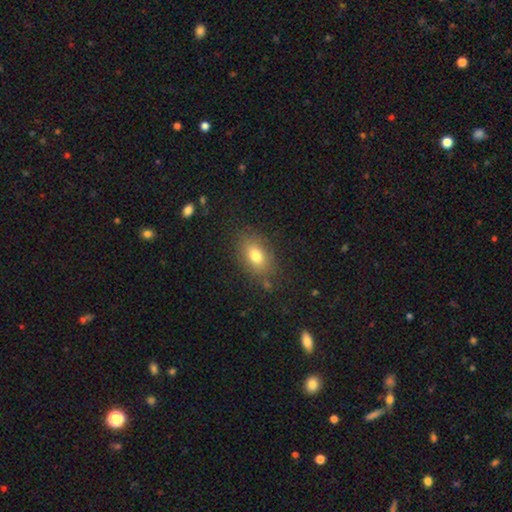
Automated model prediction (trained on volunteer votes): Smooth or featured: smooth — 77% (featured or disk — 13%)
How rounded: in between — 81% (round — 16%)
Merging: none — 79% (minor disturbance — 14%)